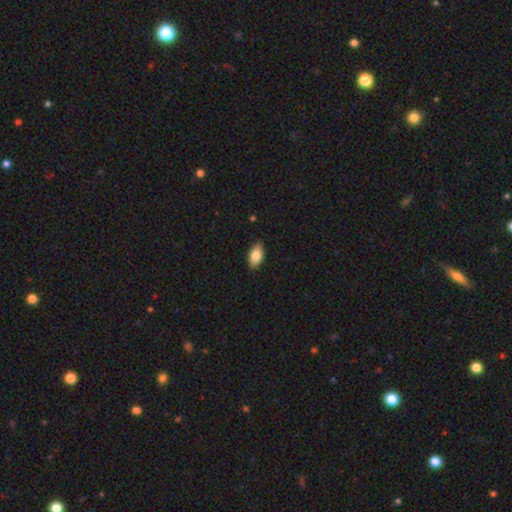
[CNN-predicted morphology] smooth_or_featured: smooth (p=0.83) [alt: featured or disk p=0.10]
how_rounded: in between (p=0.92) [alt: round p=0.05]
merging: none (p=0.87) [alt: minor disturbance p=0.10]